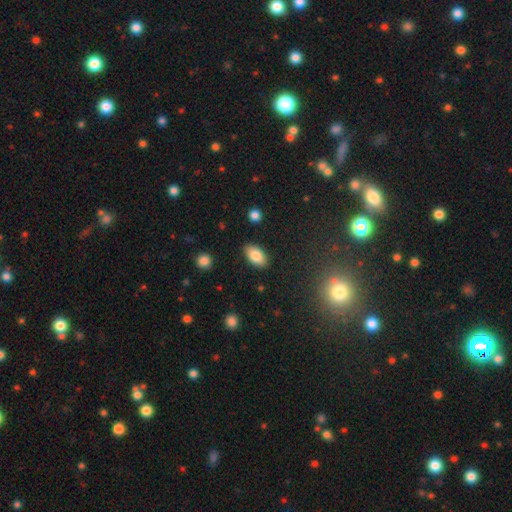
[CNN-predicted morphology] Smooth or featured? smooth (84%)
How rounded? in between (93%)
Merging? none (87%)